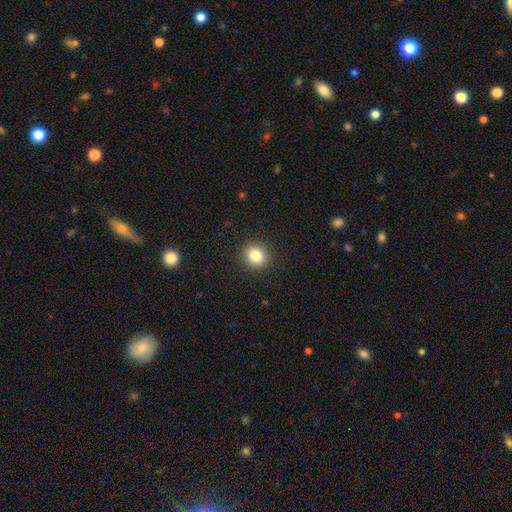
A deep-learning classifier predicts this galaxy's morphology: This is clearly a smooth galaxy (83%). How rounded: likely round (77%). Merging: clearly none (91%).